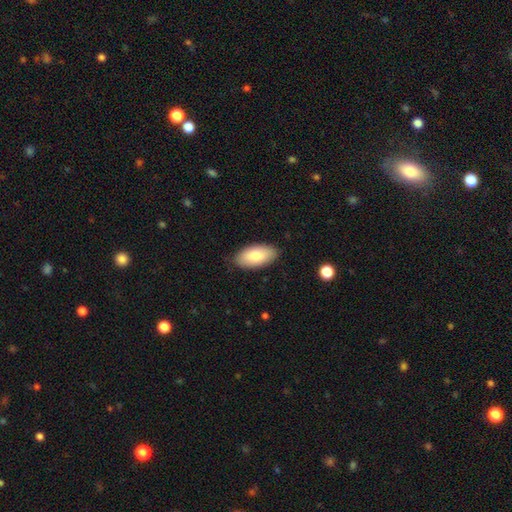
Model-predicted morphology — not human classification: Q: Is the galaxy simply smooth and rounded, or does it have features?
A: smooth — 79%.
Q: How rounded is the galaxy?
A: in between — 93%.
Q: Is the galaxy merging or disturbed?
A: none — 85%.